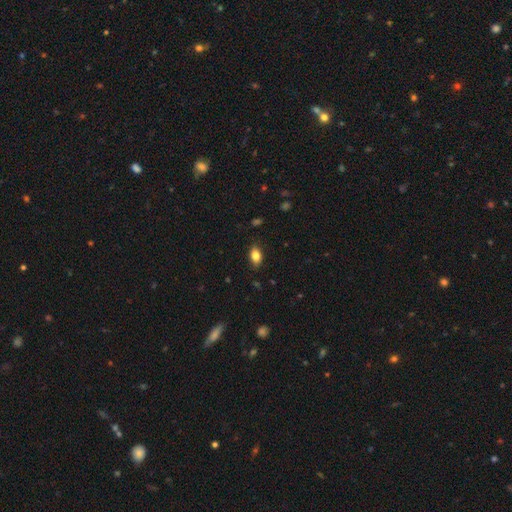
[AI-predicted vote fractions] A smooth galaxy with no disk features (81%) that is in between round and cigar-shaped (87%).

Vote fractions:
- Smooth or featured? smooth: 81% / featured or disk: 10% / star or artifact: 9%
- How rounded? in between: 87% / round: 10% / cigar-shaped: 3%
- Merging? none: 84% / minor disturbance: 12% / major disturbance: 3% / merger: 1%